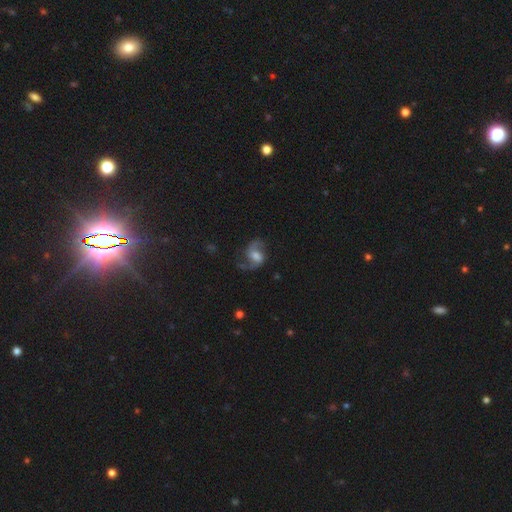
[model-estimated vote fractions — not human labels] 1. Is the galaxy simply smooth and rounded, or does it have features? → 75% featured or disk, 17% smooth, 8% star or artifact.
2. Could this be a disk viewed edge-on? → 98% no, 2% yes.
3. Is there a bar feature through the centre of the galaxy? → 47% weak, 40% no, 12% strong.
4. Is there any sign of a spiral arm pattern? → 94% yes, 6% no.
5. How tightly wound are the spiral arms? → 46% loose, 44% medium, 10% tight.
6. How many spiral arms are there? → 88% 2, 6% 1, 4% can't tell, 1% 3, 1% 4, 1% more than 4.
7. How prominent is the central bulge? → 44% moderate, 22% large, 21% small, 10% none, 2% dominant.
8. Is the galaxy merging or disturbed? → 63% none, 19% minor disturbance, 15% major disturbance, 2% merger.